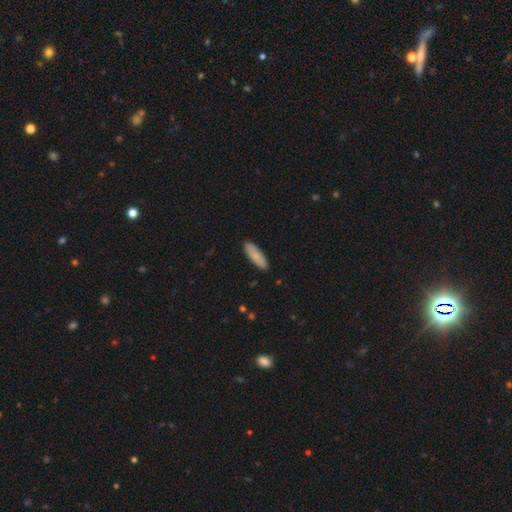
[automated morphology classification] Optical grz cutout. It shows a smooth galaxy with no disk features (84%) that is in between round and cigar-shaped (53%). Merging: none (89%).